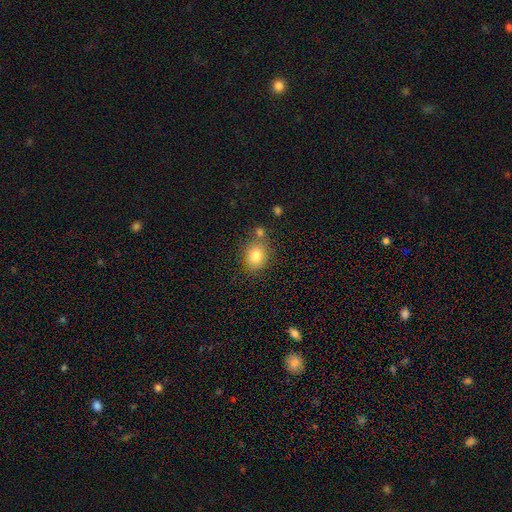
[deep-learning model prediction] smooth 80%, star or artifact 10%, featured or disk 10%. Down the decision tree: how rounded — in between (50%); merging — none (68%).